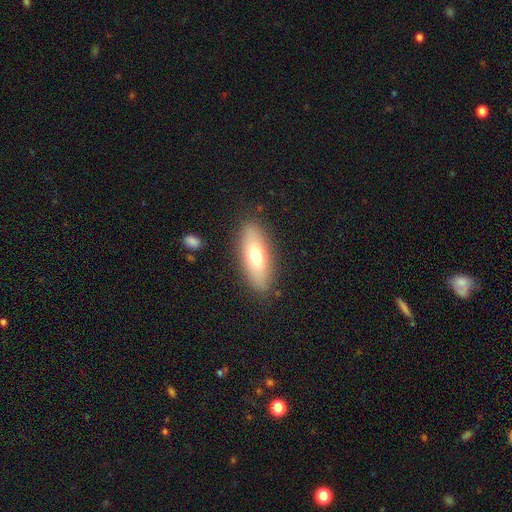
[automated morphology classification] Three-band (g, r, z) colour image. It shows a smooth galaxy with no disk features (67%) that is in between round and cigar-shaped (67%). Merging: none (85%).